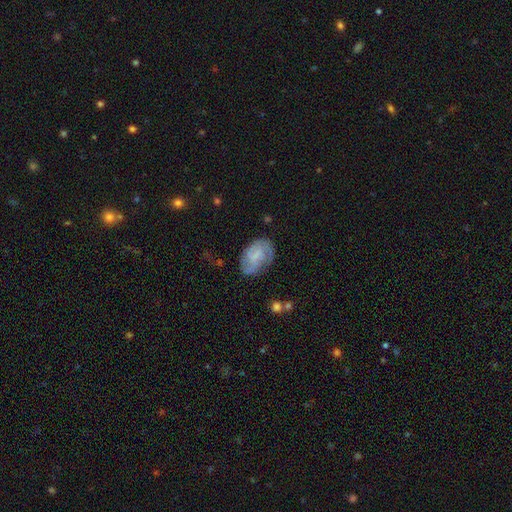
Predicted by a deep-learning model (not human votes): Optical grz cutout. It shows a featured or disk galaxy (65%) with a weak bar (46%), 2 (44%) tight (44%) spiral arms (89%) and no central bulge (40%). Merging: none (68%).